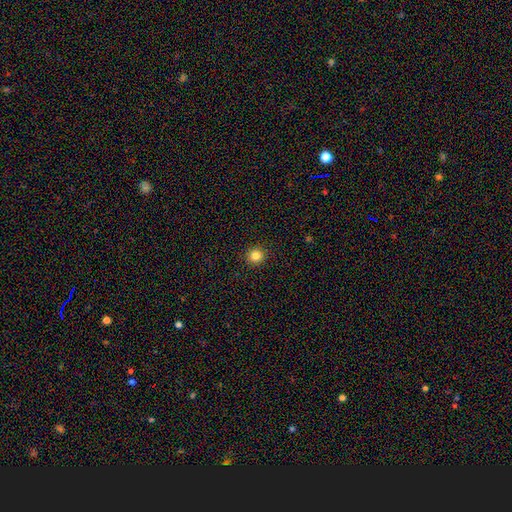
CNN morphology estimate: Smooth or featured? Predicted: smooth (p=0.83). How rounded? Predicted: round (p=0.93). Merging? Predicted: none (p=0.93).